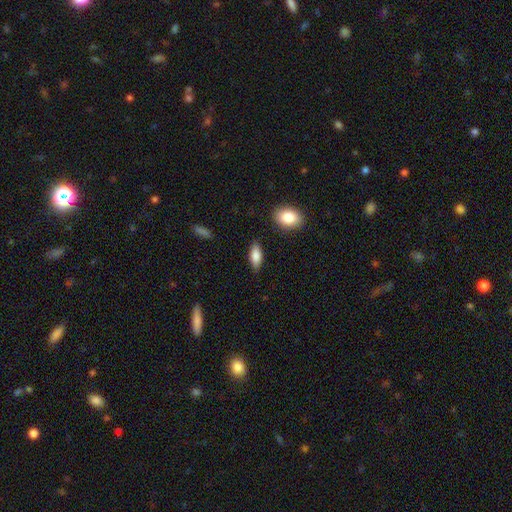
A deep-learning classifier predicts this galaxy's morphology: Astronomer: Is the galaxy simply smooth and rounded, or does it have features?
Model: smooth — 83%.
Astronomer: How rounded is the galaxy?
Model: in between — 84%.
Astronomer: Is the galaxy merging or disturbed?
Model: none — 82%.